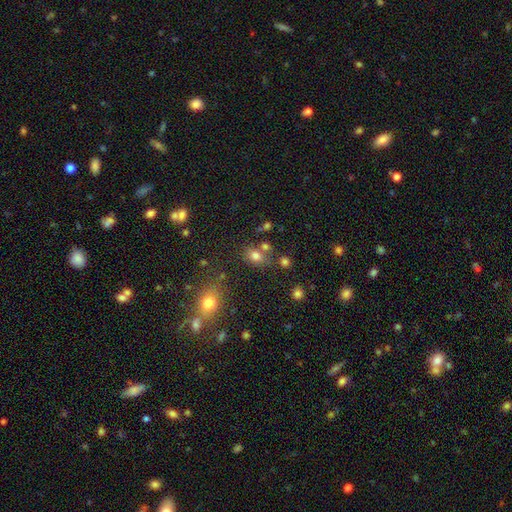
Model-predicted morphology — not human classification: A smooth galaxy with no disk features (75%) that is in between round and cigar-shaped (59%).

Vote fractions:
- Smooth or featured? smooth: 75% / star or artifact: 16% / featured or disk: 10%
- How rounded? in between: 59% / round: 39% / cigar-shaped: 1%
- Merging? none: 63% / merger: 17% / minor disturbance: 15% / major disturbance: 5%